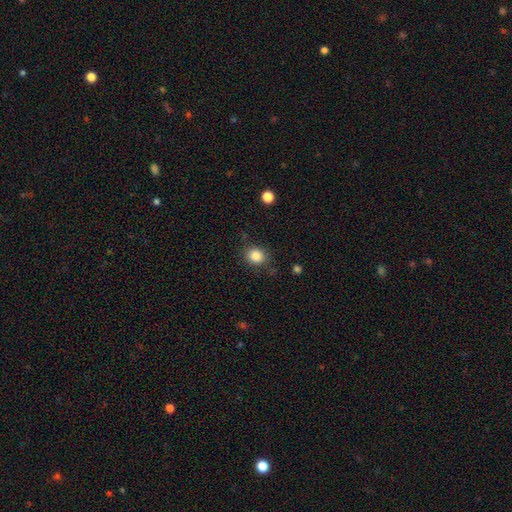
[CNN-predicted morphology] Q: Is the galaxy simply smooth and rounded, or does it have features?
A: smooth — 85%.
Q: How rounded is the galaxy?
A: round — 79%.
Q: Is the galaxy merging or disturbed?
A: none — 79%.